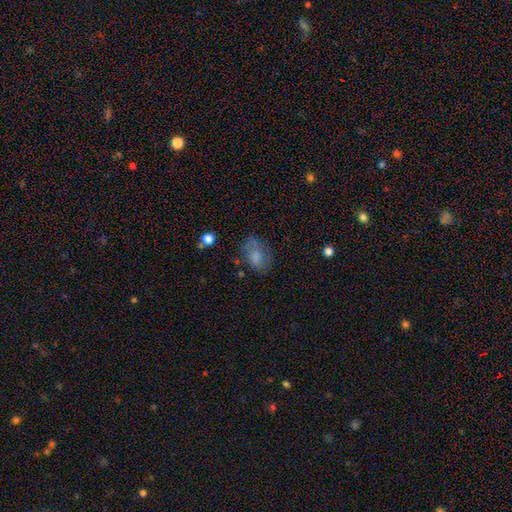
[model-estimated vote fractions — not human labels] A smooth galaxy with no disk features (72%) that is in between round and cigar-shaped (80%). Merging: none (59%).